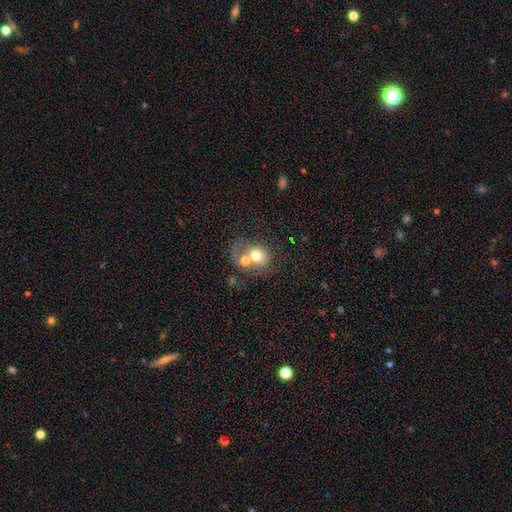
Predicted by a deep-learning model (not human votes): smooth 61%, featured or disk 30%, star or artifact 9%. Down the decision tree: how rounded — round (58%); merging — merger (60%).